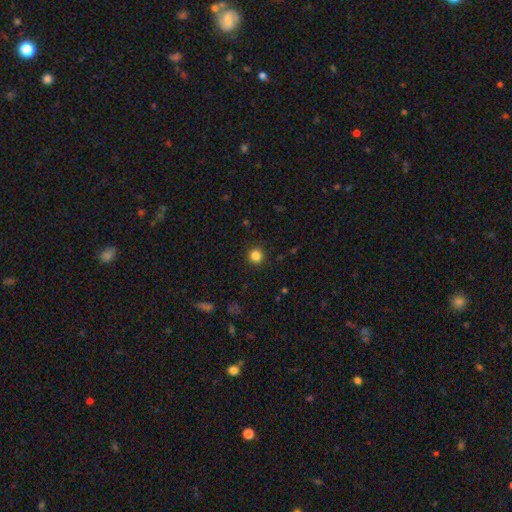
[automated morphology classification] This appears to be a smooth galaxy with no disk features (84%) that is round (94%). Merging: none (92%).